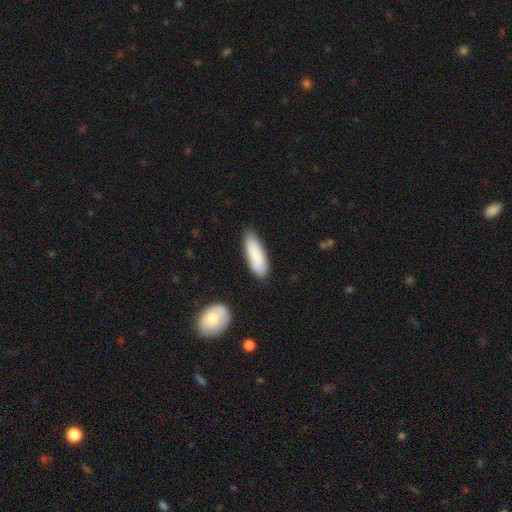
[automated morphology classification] Smooth or featured?
  - smooth: 84% *
  - featured or disk: 10%
  - star or artifact: 6%
How rounded?
  - in between: 53% *
  - cigar-shaped: 46%
  - round: 2%
Merging?
  - none: 79% *
  - minor disturbance: 16%
  - major disturbance: 3%
  - merger: 2%